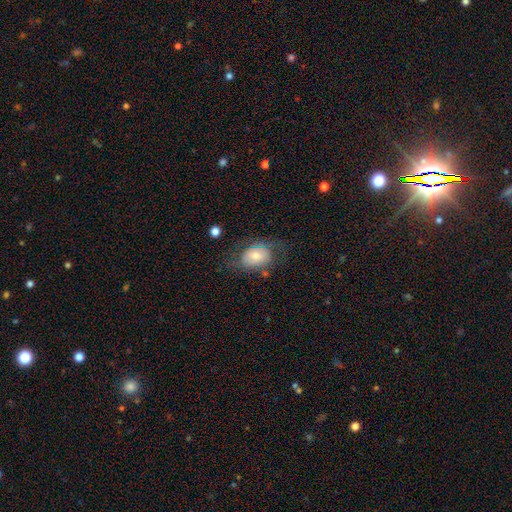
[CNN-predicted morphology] Q: Smooth or featured?
A: smooth (61%); runner-up: featured or disk (30%)
Q: How rounded?
A: in between (70%); runner-up: round (29%)
Q: Merging?
A: none (53%); runner-up: minor disturbance (25%)